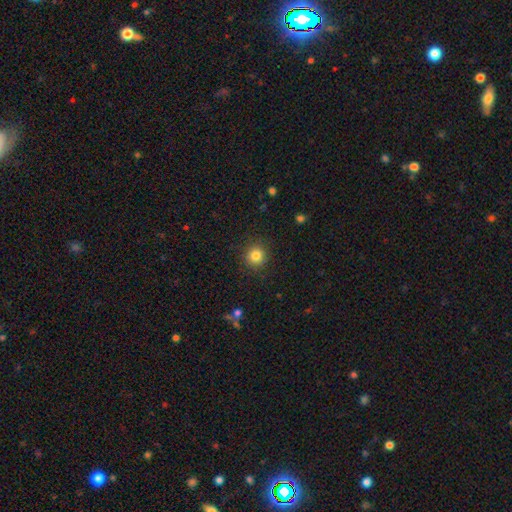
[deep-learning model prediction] This is clearly a smooth galaxy (83%). How rounded: clearly round (92%). Merging: clearly none (89%).